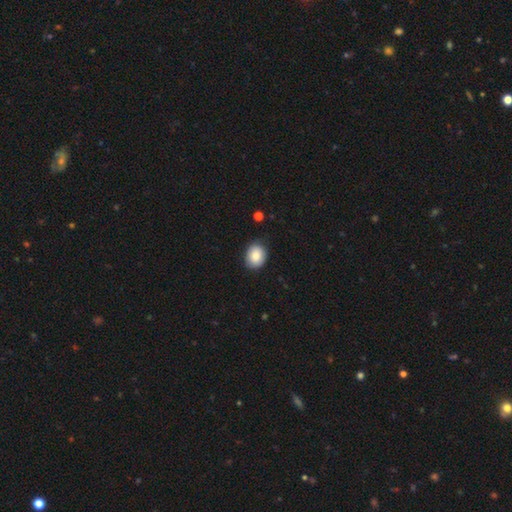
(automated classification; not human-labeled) A smooth galaxy with no disk features (84%) that is round (52%). Merging: none (84%).